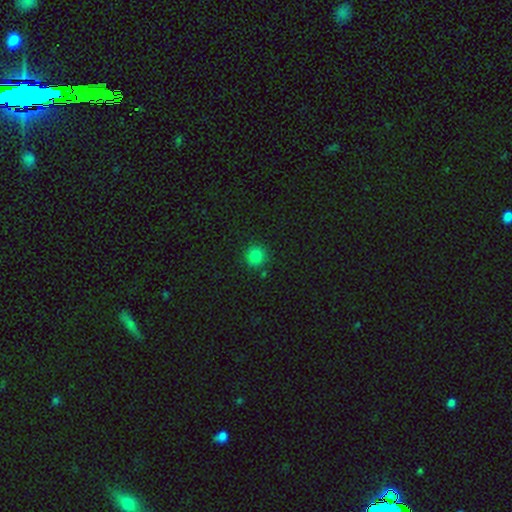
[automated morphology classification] smooth-or-featured: smooth: 83% | star or artifact: 13% | featured or disk: 4%
  how-rounded: round: 92% | in between: 7% | cigar-shaped: 1%
  merging: none: 87% | minor disturbance: 8% | merger: 3% | major disturbance: 2%